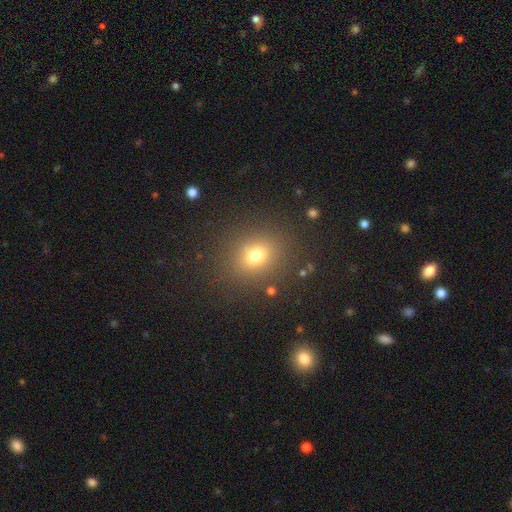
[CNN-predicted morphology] This appears to be a smooth galaxy with no disk features (71%) that is round (63%). Merging: none (83%).